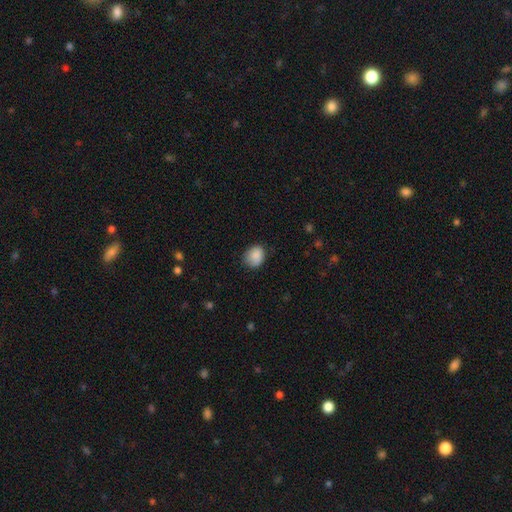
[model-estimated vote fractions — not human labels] This is clearly a smooth galaxy (87%). How rounded: likely round (62%). Merging: likely none (73%).